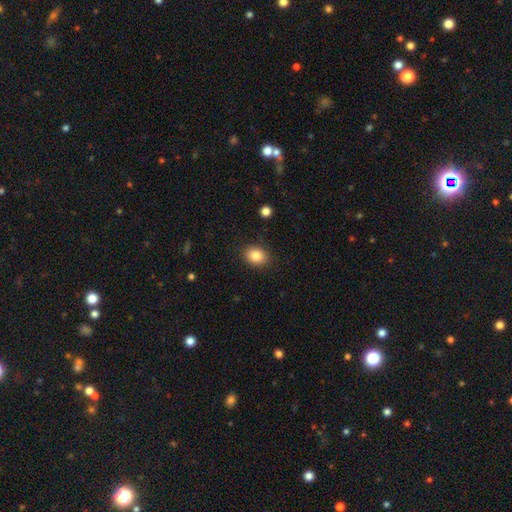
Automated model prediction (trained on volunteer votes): Overall: smooth (85%). How rounded: in between (51%; round 48%). Merging: none (88%).